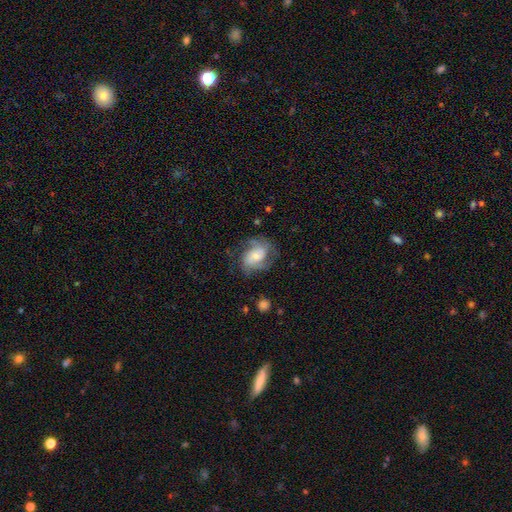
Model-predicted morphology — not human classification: Smooth or featured? Predicted: featured or disk (p=0.61). Edge-on disk? Predicted: no (p=0.97). Bar? Predicted: no (p=0.62). Spiral arms? Predicted: yes (p=0.85). Spiral winding? Predicted: medium (p=0.46). Spiral arm count? Predicted: 2 (p=0.47). Bulge size? Predicted: small (p=0.44). Merging? Predicted: none (p=0.56).